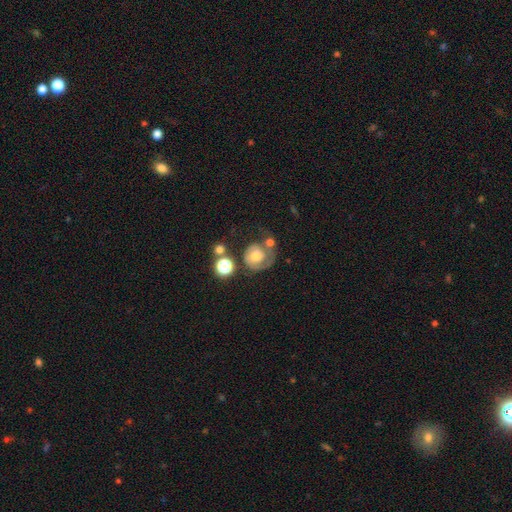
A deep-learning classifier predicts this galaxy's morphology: Smooth or featured? featured or disk (57%)
Edge-on disk? no (98%)
Bar? no (79%)
Spiral arms? yes (78%)
Bulge size? moderate (56%)
Merging? none (40%)